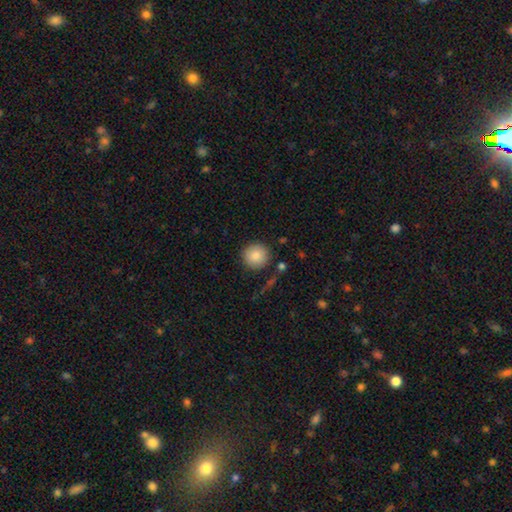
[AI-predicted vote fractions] smooth_or_featured: smooth (p=0.86) [alt: star or artifact p=0.08]
how_rounded: round (p=0.95) [alt: in between p=0.04]
merging: none (p=0.86) [alt: minor disturbance p=0.08]